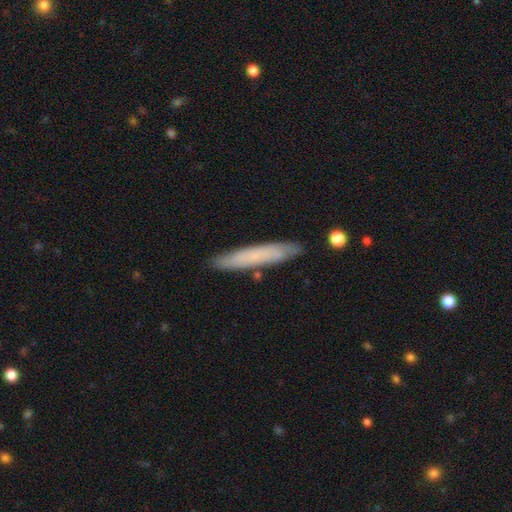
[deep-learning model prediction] Q: Smooth or featured?
A: smooth (60%); runner-up: featured or disk (33%)
Q: How rounded?
A: cigar-shaped (92%); runner-up: in between (7%)
Q: Merging?
A: none (85%); runner-up: minor disturbance (11%)